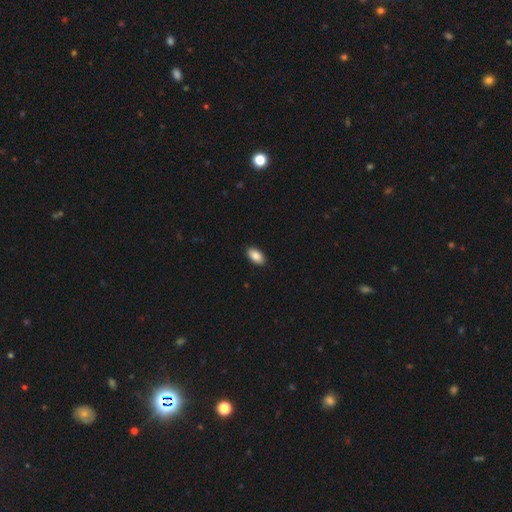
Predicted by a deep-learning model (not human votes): smooth-or-featured: smooth: 86% | star or artifact: 7% | featured or disk: 7%
  how-rounded: in between: 94% | round: 4% | cigar-shaped: 3%
  merging: none: 90% | minor disturbance: 7% | major disturbance: 2% | merger: 1%